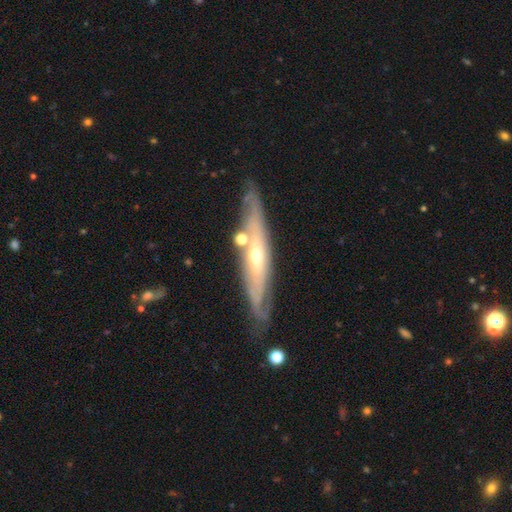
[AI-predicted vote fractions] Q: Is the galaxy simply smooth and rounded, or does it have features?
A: featured or disk — 75%.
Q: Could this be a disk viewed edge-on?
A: yes — 55%.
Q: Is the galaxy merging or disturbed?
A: none — 72%.